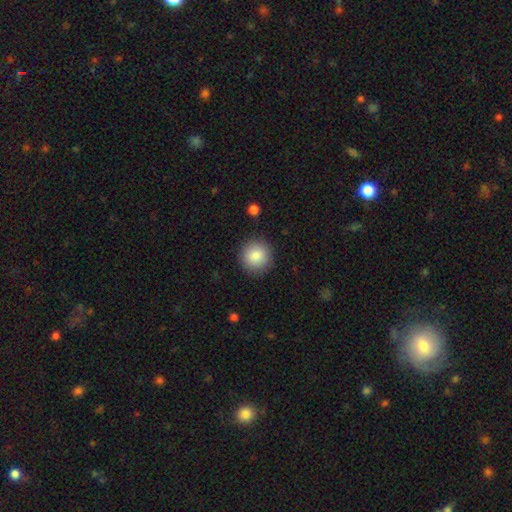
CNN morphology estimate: A smooth galaxy with no disk features (86%) that is round (94%). Merging: none (90%).